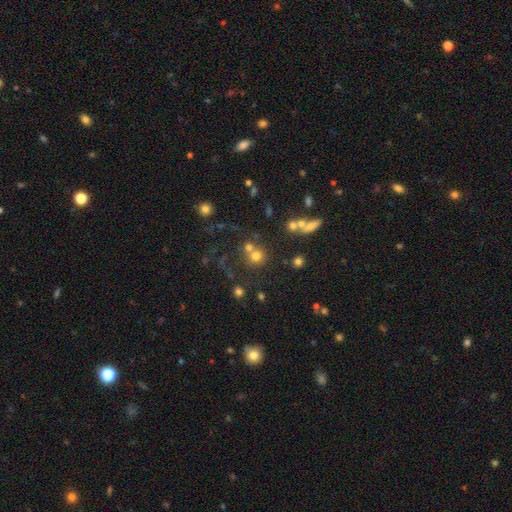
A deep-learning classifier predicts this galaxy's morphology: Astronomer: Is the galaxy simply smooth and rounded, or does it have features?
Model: smooth — 68%.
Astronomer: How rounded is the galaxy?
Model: round — 88%.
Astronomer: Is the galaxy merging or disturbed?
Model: none — 56%.